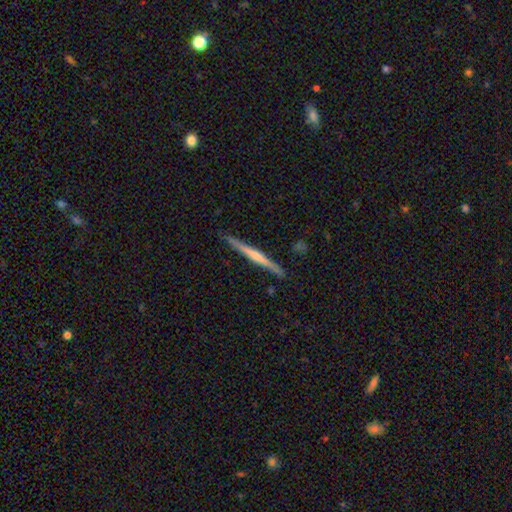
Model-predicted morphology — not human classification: Smooth or featured?
  - featured or disk: 61% *
  - smooth: 34%
  - star or artifact: 5%
Edge-on disk?
  - yes: 98% *
  - no: 2%
Edge-on bulge?
  - none: 45% *
  - rounded: 44%
  - boxy: 11%
Merging?
  - none: 90% *
  - minor disturbance: 8%
  - major disturbance: 1%
  - merger: 1%